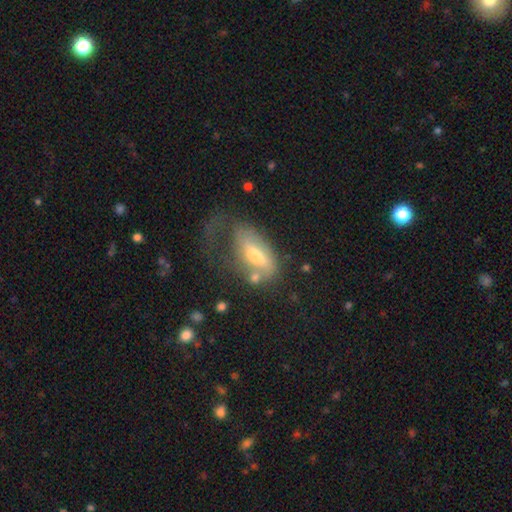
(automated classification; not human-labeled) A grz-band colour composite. It shows a smooth galaxy with no disk features (49%). Merging: major disturbance (47%).